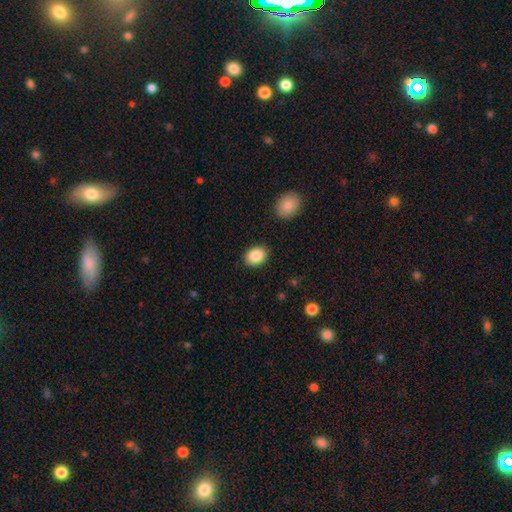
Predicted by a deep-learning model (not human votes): A smooth galaxy with no disk features (87%) that is in between round and cigar-shaped (62%). Merging: none (88%).